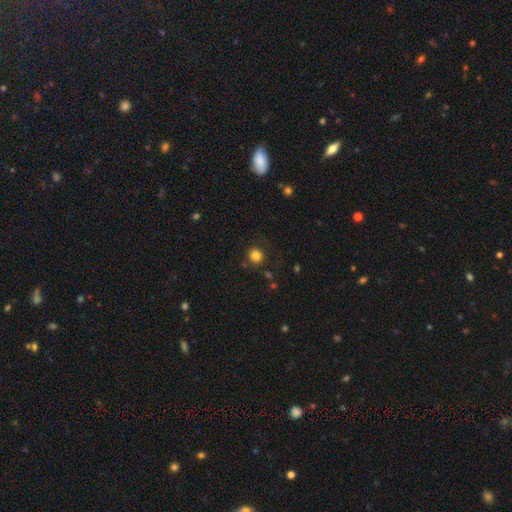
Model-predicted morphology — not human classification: Q: Smooth or featured?
A: smooth (82%); runner-up: star or artifact (12%)
Q: How rounded?
A: round (90%); runner-up: in between (9%)
Q: Merging?
A: none (84%); runner-up: minor disturbance (10%)